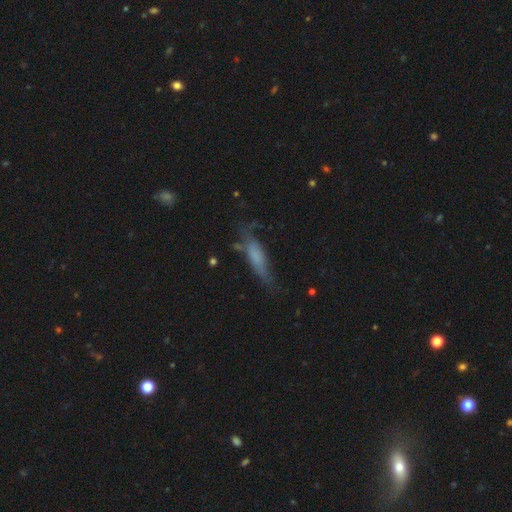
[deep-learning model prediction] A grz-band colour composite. It shows a smooth galaxy with no disk features (58%) that is cigar-shaped (65%). Merging: none (50%).